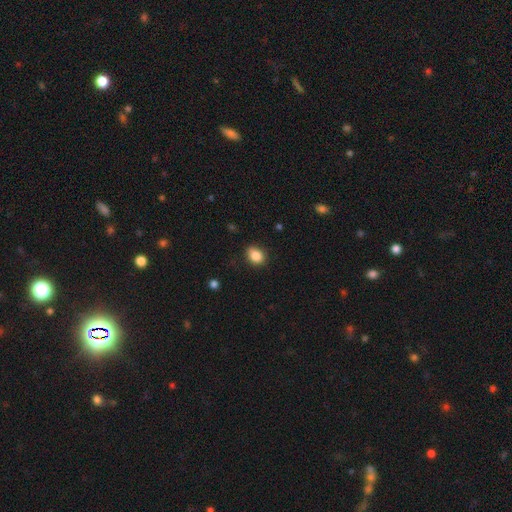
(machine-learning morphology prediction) smooth 86%, star or artifact 9%, featured or disk 5%. Down the decision tree: how rounded — in between (59%); merging — none (79%).